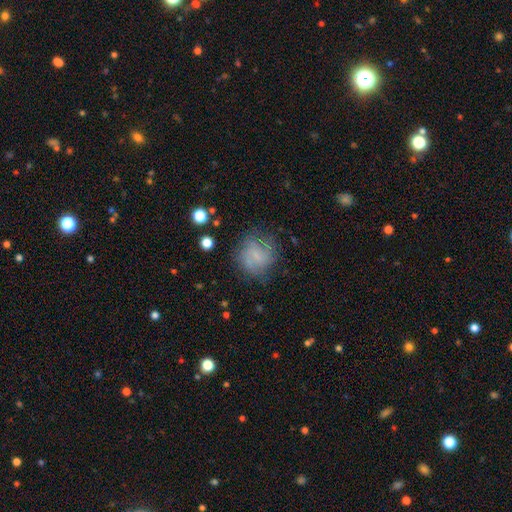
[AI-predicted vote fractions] smooth-or-featured: featured or disk: 49% | smooth: 40% | star or artifact: 11%
  merging: none: 68% | minor disturbance: 19% | major disturbance: 11% | merger: 2%